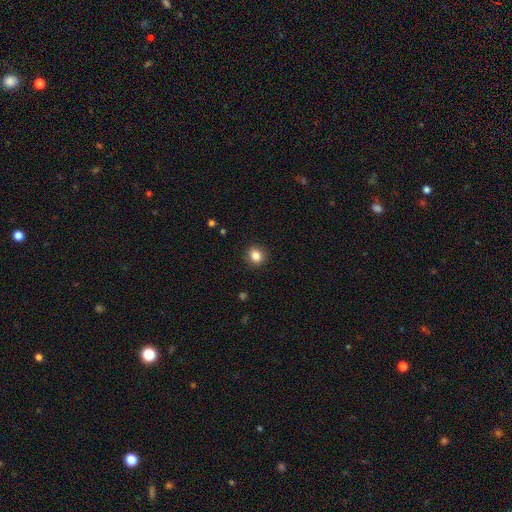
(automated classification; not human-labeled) A smooth galaxy with no disk features (85%) that is round (64%).

Vote fractions:
- Smooth or featured? smooth: 85% / star or artifact: 10% / featured or disk: 5%
- How rounded? round: 64% / in between: 34% / cigar-shaped: 1%
- Merging? none: 89% / minor disturbance: 8% / major disturbance: 2% / merger: 1%